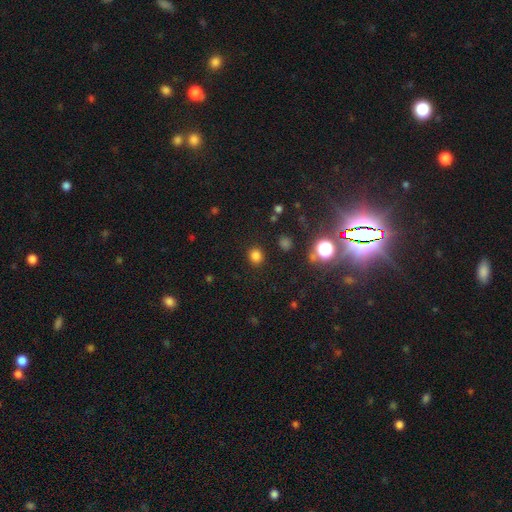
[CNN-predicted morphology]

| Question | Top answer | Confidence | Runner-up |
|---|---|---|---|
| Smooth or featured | smooth | 79% | star or artifact (17%) |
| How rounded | round | 76% | in between (23%) |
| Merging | none | 88% | minor disturbance (7%) |